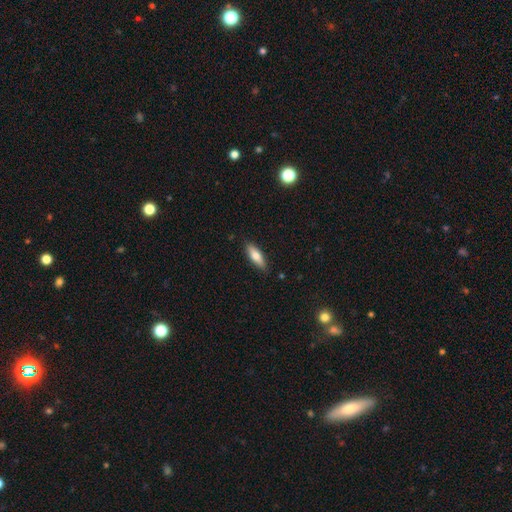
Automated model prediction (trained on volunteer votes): Smooth or featured?
  - smooth: 73% *
  - featured or disk: 20%
  - star or artifact: 6%
How rounded?
  - in between: 56% *
  - cigar-shaped: 42%
  - round: 2%
Merging?
  - none: 86% *
  - minor disturbance: 11%
  - major disturbance: 2%
  - merger: 1%